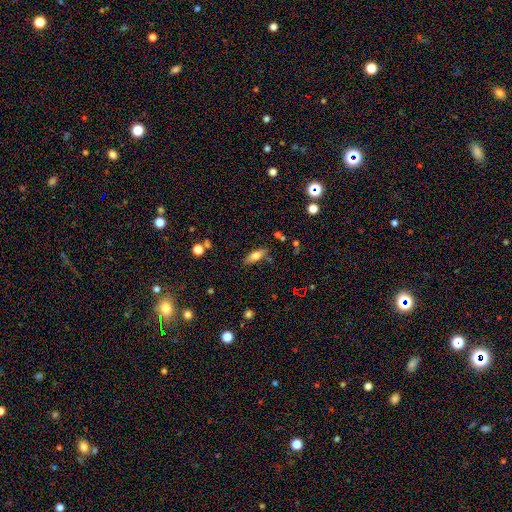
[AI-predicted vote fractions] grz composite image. It shows a smooth galaxy with no disk features (74%) that is in between round and cigar-shaped (76%). Merging: none (77%).